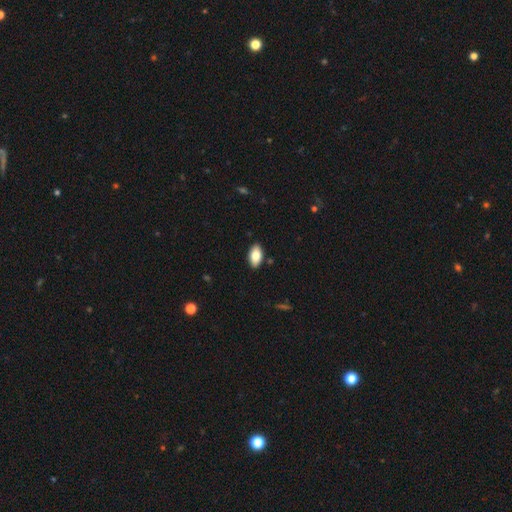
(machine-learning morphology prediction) This is clearly a smooth galaxy (83%). How rounded: clearly in between (94%). Merging: clearly none (88%).